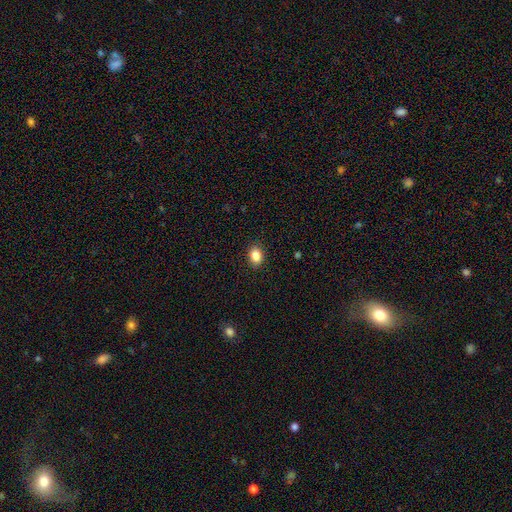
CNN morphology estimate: Smooth or featured: smooth — 85% (star or artifact — 10%)
How rounded: in between — 67% (round — 32%)
Merging: none — 89% (minor disturbance — 8%)